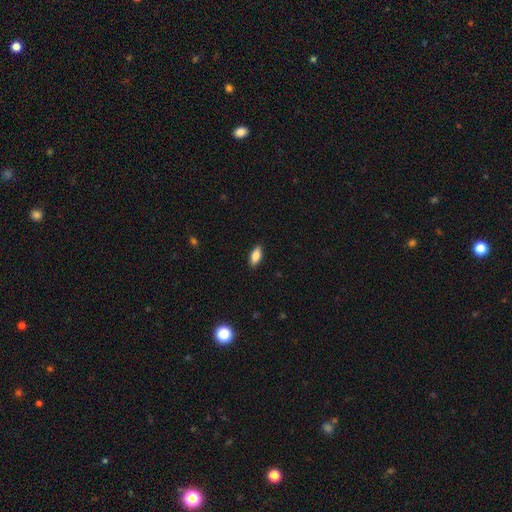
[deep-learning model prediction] This is clearly a smooth galaxy (85%). How rounded: clearly in between (85%). Merging: clearly none (89%).